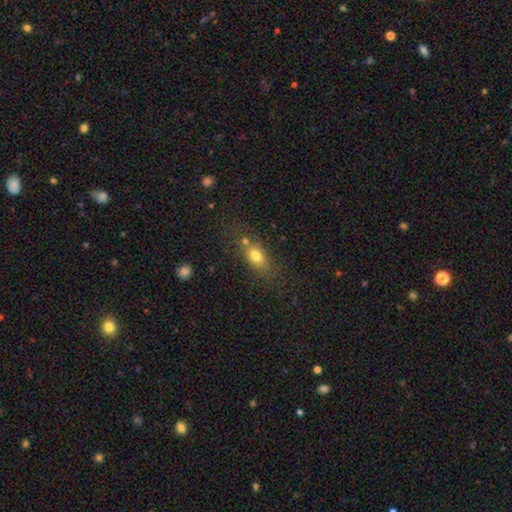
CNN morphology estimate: A smooth galaxy with no disk features (76%) that is in between round and cigar-shaped (72%).

Vote fractions:
- Smooth or featured? smooth: 76% / featured or disk: 12% / star or artifact: 12%
- How rounded? in between: 72% / round: 19% / cigar-shaped: 9%
- Merging? none: 62% / minor disturbance: 18% / merger: 12% / major disturbance: 8%